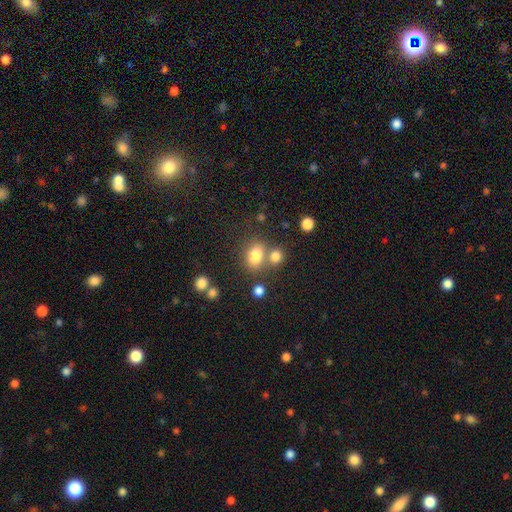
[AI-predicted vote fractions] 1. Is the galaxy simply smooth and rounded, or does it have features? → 78% smooth, 13% star or artifact, 9% featured or disk.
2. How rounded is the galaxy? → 61% in between, 38% round, 1% cigar-shaped.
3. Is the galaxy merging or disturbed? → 56% none, 27% merger, 12% minor disturbance, 5% major disturbance.